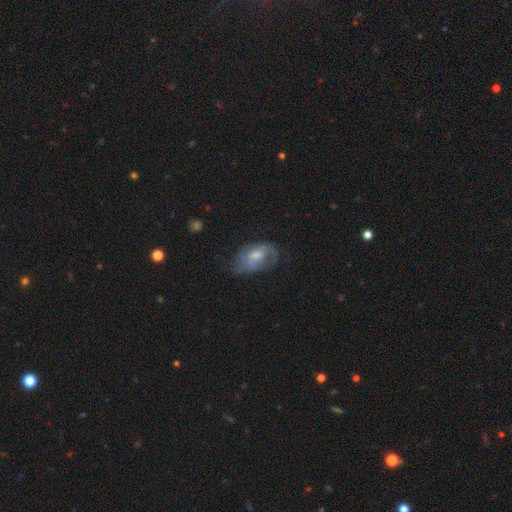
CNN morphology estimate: Smooth or featured? Predicted: featured or disk (p=0.52). Edge-on disk? Predicted: no (p=0.95). Merging? Predicted: none (p=0.41).